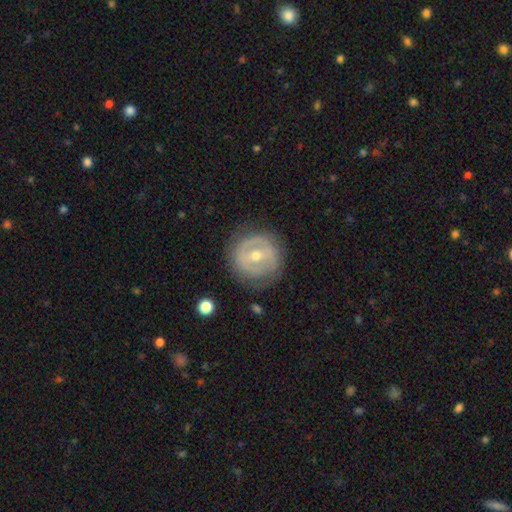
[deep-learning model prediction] Q: Smooth or featured?
A: featured or disk (64%); runner-up: smooth (29%)
Q: Edge-on disk?
A: no (96%); runner-up: yes (4%)
Q: Bar?
A: weak (42%); runner-up: no (32%)
Q: Spiral arms?
A: no (63%); runner-up: yes (37%)
Q: Bulge size?
A: moderate (65%); runner-up: small (31%)
Q: Merging?
A: none (77%); runner-up: minor disturbance (16%)